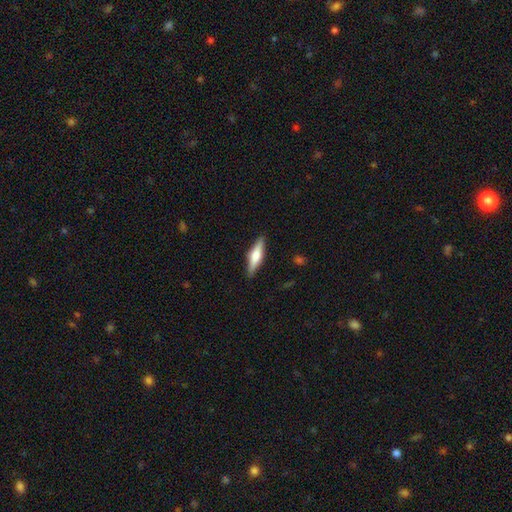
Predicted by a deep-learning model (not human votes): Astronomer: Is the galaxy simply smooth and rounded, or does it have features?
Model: smooth — 47%, tied with featured or disk at 47%.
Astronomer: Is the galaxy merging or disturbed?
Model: none — 88%.